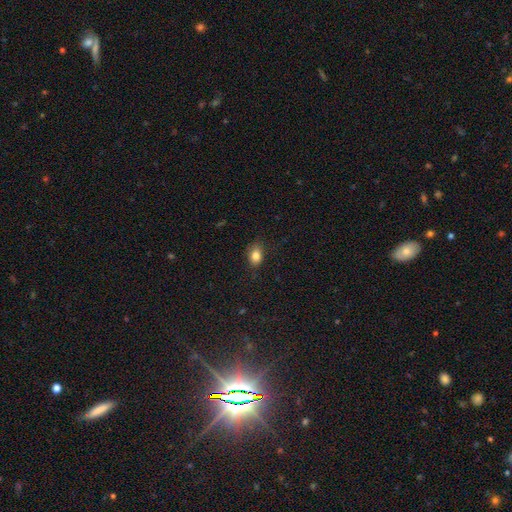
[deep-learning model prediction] Q: Smooth or featured?
A: smooth (84%); runner-up: star or artifact (10%)
Q: How rounded?
A: in between (74%); runner-up: round (25%)
Q: Merging?
A: none (79%); runner-up: minor disturbance (16%)